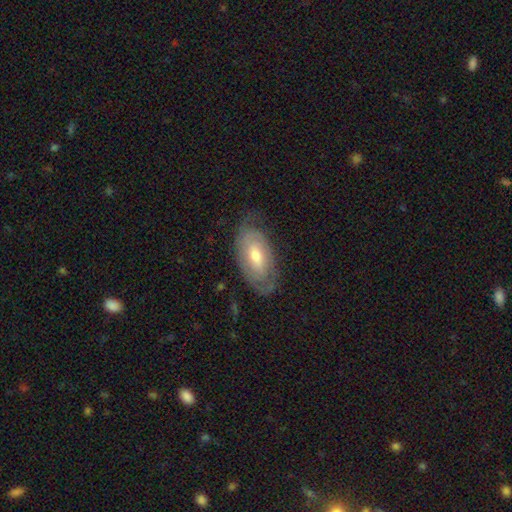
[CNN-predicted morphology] Smooth or featured?
  - featured or disk: 55% *
  - smooth: 39%
  - star or artifact: 6%
Edge-on disk?
  - no: 89% *
  - yes: 11%
Merging?
  - none: 69% *
  - minor disturbance: 21%
  - major disturbance: 8%
  - merger: 1%